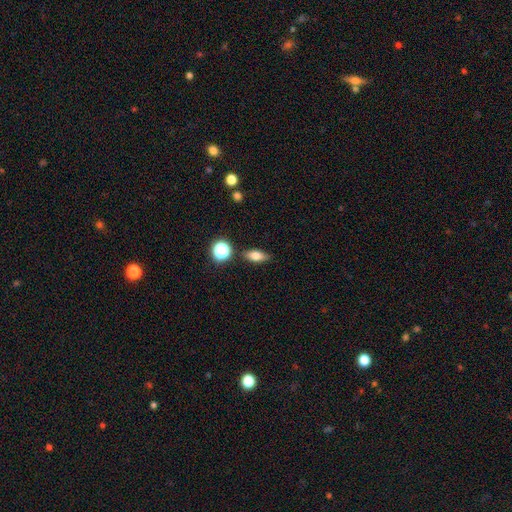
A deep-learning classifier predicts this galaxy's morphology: Smooth or featured?
  - smooth: 73% *
  - featured or disk: 16%
  - star or artifact: 12%
How rounded?
  - in between: 73% *
  - cigar-shaped: 15%
  - round: 12%
Merging?
  - none: 84% *
  - minor disturbance: 11%
  - merger: 3%
  - major disturbance: 3%